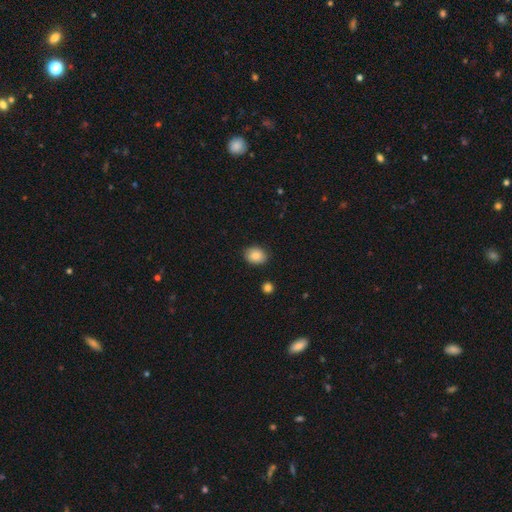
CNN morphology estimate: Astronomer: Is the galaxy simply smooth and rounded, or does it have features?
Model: smooth — 86%.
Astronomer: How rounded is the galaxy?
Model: in between — 55% (runner-up: round, 44%).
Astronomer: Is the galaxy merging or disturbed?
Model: none — 84%.